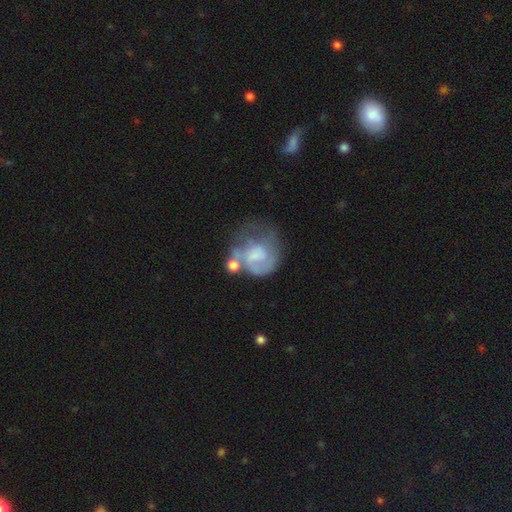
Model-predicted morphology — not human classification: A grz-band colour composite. It shows a featured or disk galaxy (52%) with no bar (72%), spiral arms (51%) and no central bulge (39%). Merging: major disturbance (32%).